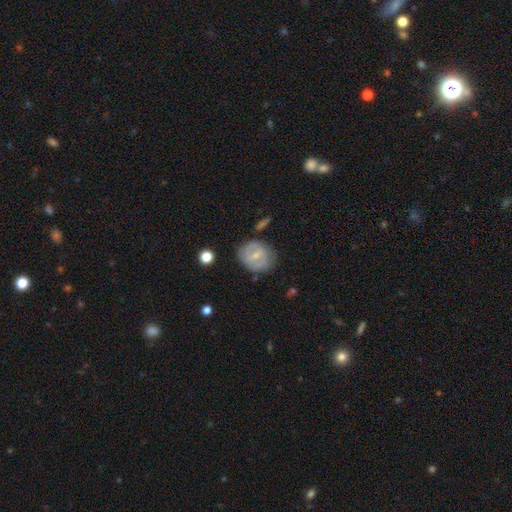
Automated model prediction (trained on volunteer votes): Smooth or featured?
  - featured or disk: 49% *
  - smooth: 44%
  - star or artifact: 7%
Merging?
  - none: 66% *
  - minor disturbance: 23%
  - major disturbance: 8%
  - merger: 3%